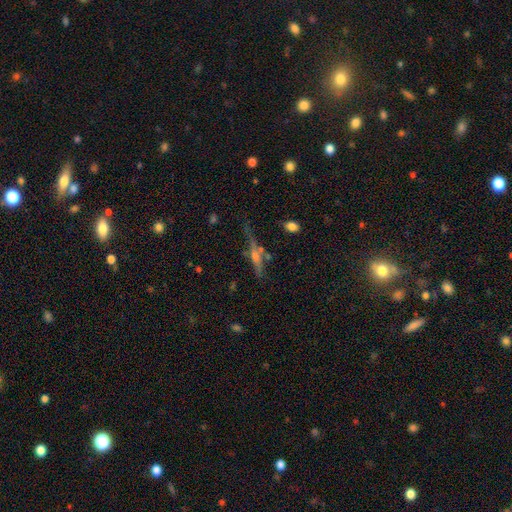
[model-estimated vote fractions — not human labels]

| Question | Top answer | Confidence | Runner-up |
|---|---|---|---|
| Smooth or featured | featured or disk | 64% | smooth (23%) |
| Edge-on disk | yes | 92% | no (8%) |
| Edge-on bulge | rounded | 70% | none (19%) |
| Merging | none | 67% | minor disturbance (18%) |